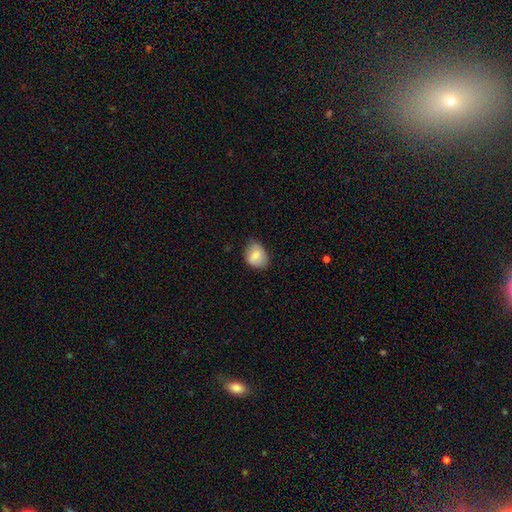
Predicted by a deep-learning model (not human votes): Smooth or featured? Predicted: smooth (p=0.77). How rounded? Predicted: in between (p=0.57). Merging? Predicted: none (p=0.66).